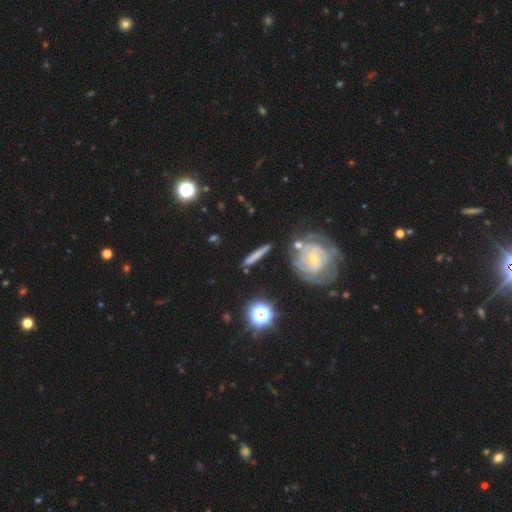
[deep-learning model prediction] Smooth or featured?
  - smooth: 49% *
  - featured or disk: 43%
  - star or artifact: 9%
Merging?
  - none: 81% *
  - minor disturbance: 11%
  - merger: 5%
  - major disturbance: 3%